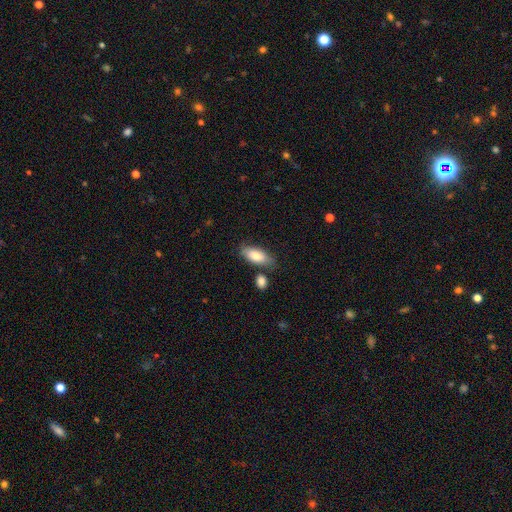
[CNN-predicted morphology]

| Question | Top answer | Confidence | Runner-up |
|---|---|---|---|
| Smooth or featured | smooth | 80% | featured or disk (14%) |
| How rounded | in between | 82% | cigar-shaped (16%) |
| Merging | none | 71% | minor disturbance (16%) |